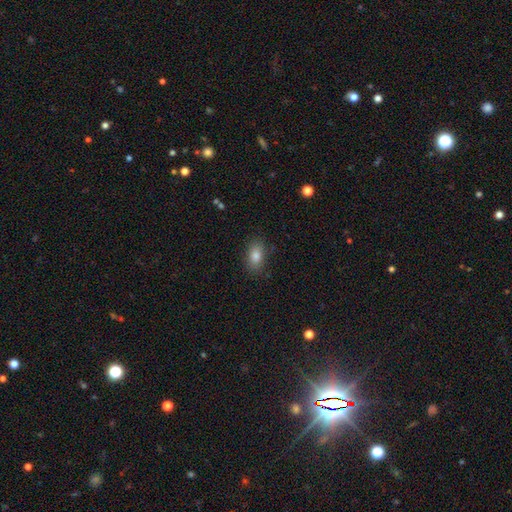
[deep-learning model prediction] Overall: smooth (81%). How rounded: in between (87%). Merging: none (86%).